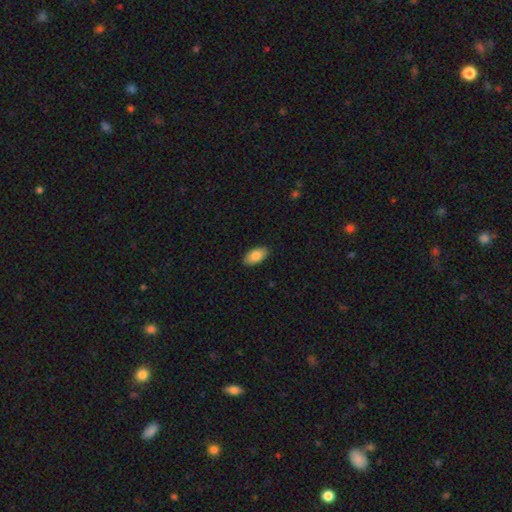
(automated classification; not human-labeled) Overall: smooth (84%). How rounded: in between (94%). Merging: none (89%).